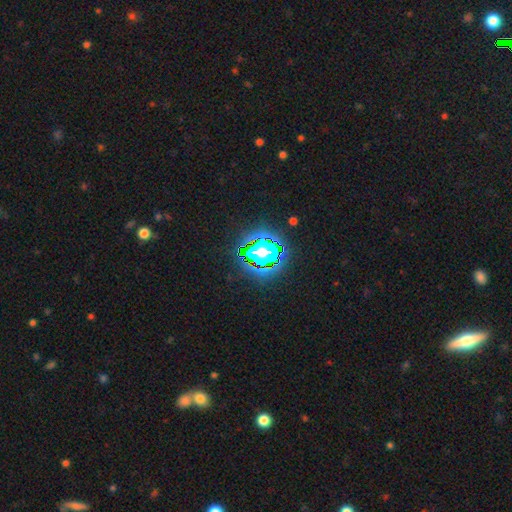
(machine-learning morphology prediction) Q: Smooth or featured?
A: star or artifact (66%); runner-up: smooth (20%)